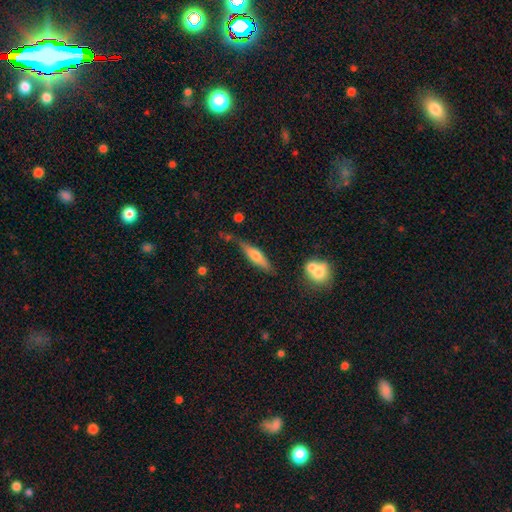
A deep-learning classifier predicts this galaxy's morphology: smooth-or-featured: smooth: 49% | featured or disk: 44% | star or artifact: 6%
  merging: none: 66% | minor disturbance: 20% | merger: 8% | major disturbance: 6%